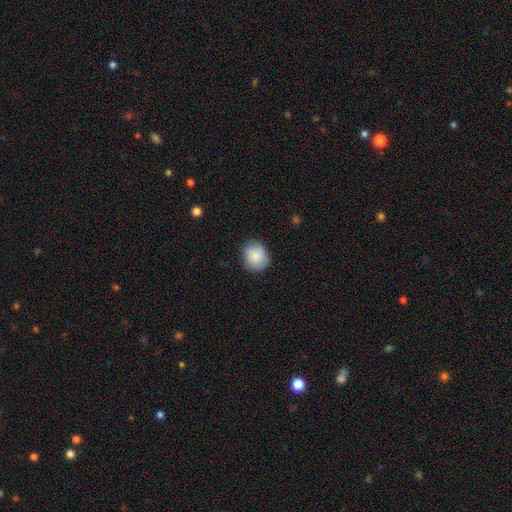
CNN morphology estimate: smooth_or_featured: smooth (p=0.84) [alt: featured or disk p=0.09]
how_rounded: round (p=0.74) [alt: in between p=0.25]
merging: none (p=0.80) [alt: minor disturbance p=0.16]